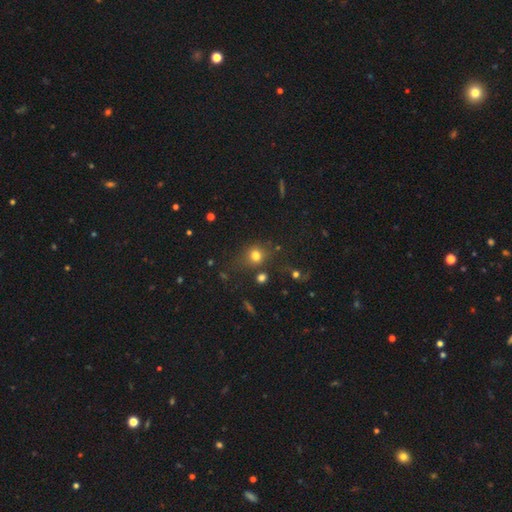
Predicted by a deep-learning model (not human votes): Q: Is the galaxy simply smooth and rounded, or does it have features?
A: smooth — 75%.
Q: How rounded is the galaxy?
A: round — 76%.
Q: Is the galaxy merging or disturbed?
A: none — 71%.